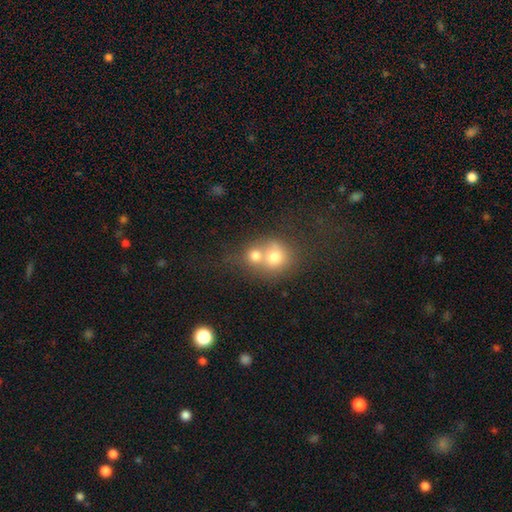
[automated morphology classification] A smooth galaxy with no disk features (72%) that is round (80%).

Vote fractions:
- Smooth or featured? smooth: 72% / featured or disk: 16% / star or artifact: 12%
- How rounded? round: 80% / in between: 19% / cigar-shaped: 1%
- Merging? merger: 62% / none: 29% / minor disturbance: 6% / major disturbance: 3%